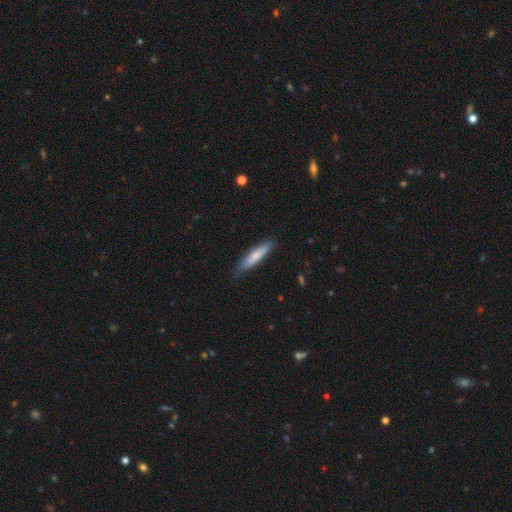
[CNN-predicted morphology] Smooth or featured?
  - smooth: 73% *
  - featured or disk: 22%
  - star or artifact: 6%
How rounded?
  - cigar-shaped: 83% *
  - in between: 16%
  - round: 1%
Merging?
  - none: 78% *
  - minor disturbance: 18%
  - major disturbance: 3%
  - merger: 1%